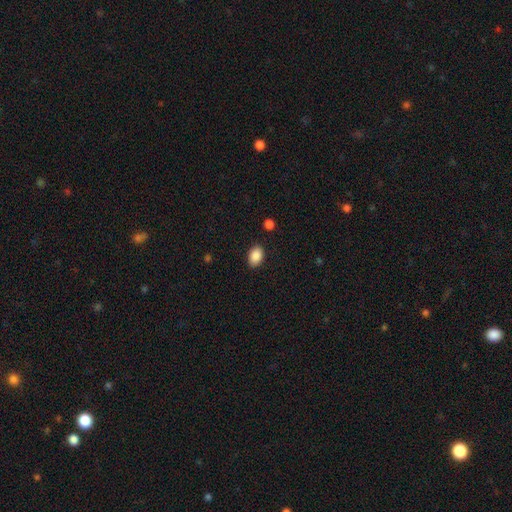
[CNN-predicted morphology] smooth_or_featured: smooth (p=0.89) [alt: star or artifact p=0.08]
how_rounded: in between (p=0.83) [alt: round p=0.16]
merging: none (p=0.88) [alt: minor disturbance p=0.09]